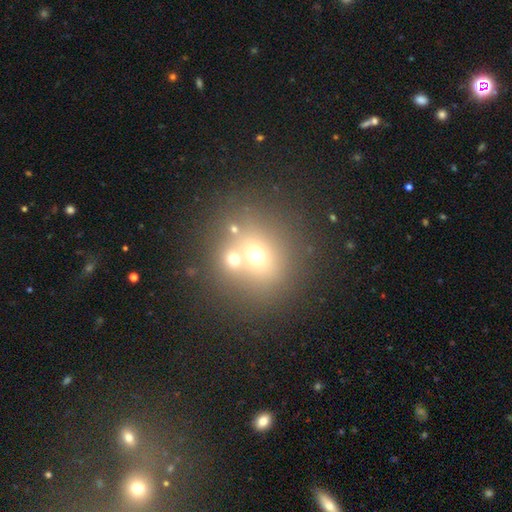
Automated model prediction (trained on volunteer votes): smooth 60%, star or artifact 21%, featured or disk 19%. Down the decision tree: how rounded — round (83%); merging — none (52%).